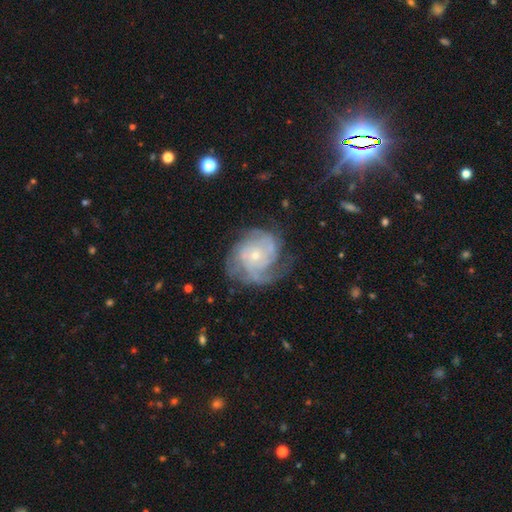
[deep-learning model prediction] The model was most divided on "spiral arm count": can't tell: 32%, 3: 23%, 2: 20%, 4: 12%, 1: 7%, more than 4: 6%. More confident: edge-on disk — no (98%); spiral arms — yes (94%); smooth or featured — featured or disk (83%); bar — no (78%); bulge size — small (76%); merging — none (61%); spiral winding — tight (55%).